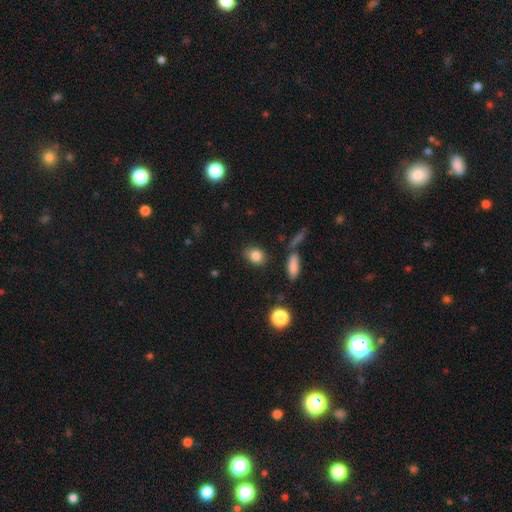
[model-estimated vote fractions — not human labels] smooth_or_featured: smooth (p=0.84) [alt: star or artifact p=0.09]
how_rounded: in between (p=0.58) [alt: round p=0.40]
merging: none (p=0.80) [alt: minor disturbance p=0.13]